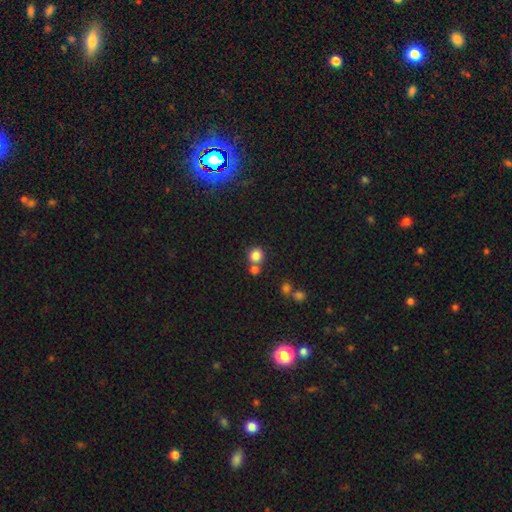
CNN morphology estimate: Smooth or featured? smooth (83%)
How rounded? round (86%)
Merging? none (61%)